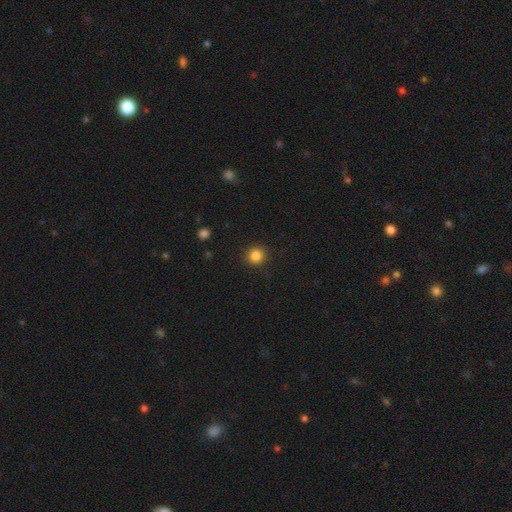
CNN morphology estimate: Smooth or featured: smooth — 84% (star or artifact — 12%)
How rounded: round — 93% (in between — 6%)
Merging: none — 91% (minor disturbance — 6%)